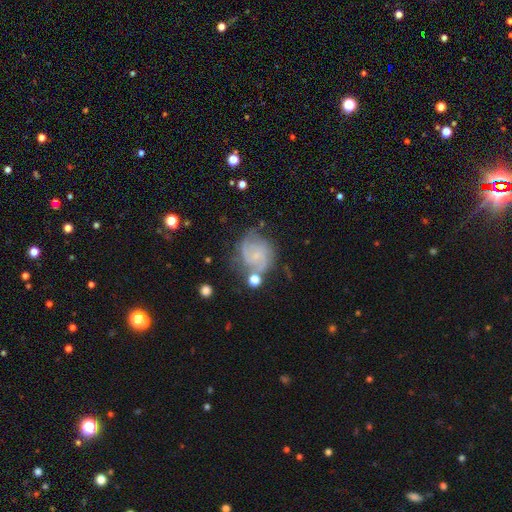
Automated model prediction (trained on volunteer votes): Smooth or featured?
  - featured or disk: 75% *
  - smooth: 17%
  - star or artifact: 8%
Edge-on disk?
  - no: 98% *
  - yes: 2%
Bar?
  - no: 62% *
  - weak: 33%
  - strong: 5%
Spiral arms?
  - yes: 93% *
  - no: 7%
Spiral winding?
  - medium: 46% *
  - tight: 37%
  - loose: 17%
Spiral arm count?
  - 2: 56% *
  - can't tell: 19%
  - 3: 14%
  - 1: 4%
  - 4: 4%
  - more than 4: 3%
Bulge size?
  - small: 69% *
  - none: 18%
  - moderate: 12%
  - large: 1%
  - dominant: 1%
Merging?
  - none: 59% *
  - minor disturbance: 23%
  - major disturbance: 11%
  - merger: 8%